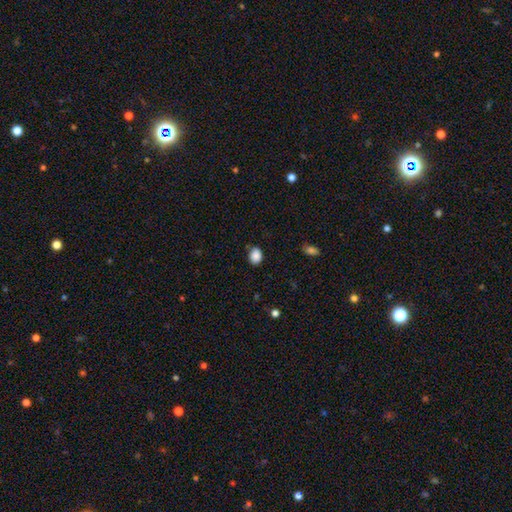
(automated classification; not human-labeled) Morphology: type=smooth (88%); roundness=in between (59%); merging=none (84%).